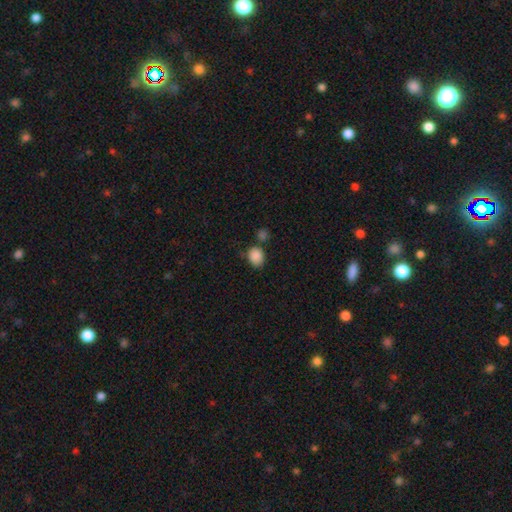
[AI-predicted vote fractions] This appears to be a smooth galaxy with no disk features (87%) that is round (50%). Merging: none (64%).